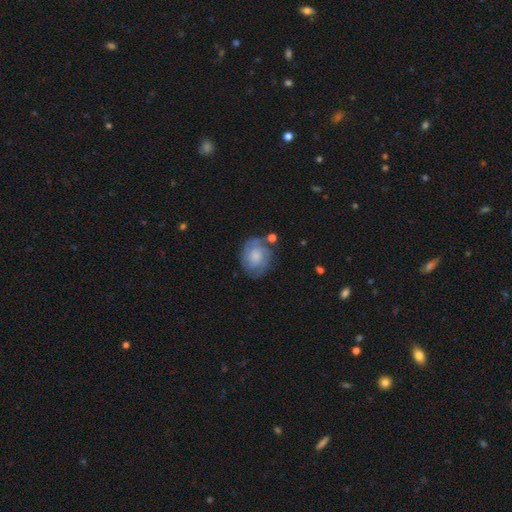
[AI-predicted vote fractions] The model was most divided on "bulge size": moderate: 29%, small: 28%, none: 23%, large: 18%, dominant: 3%. More confident: edge-on disk — no (97%); spiral arms — yes (82%); bar — no (76%); merging — none (58%); smooth or featured — featured or disk (57%).